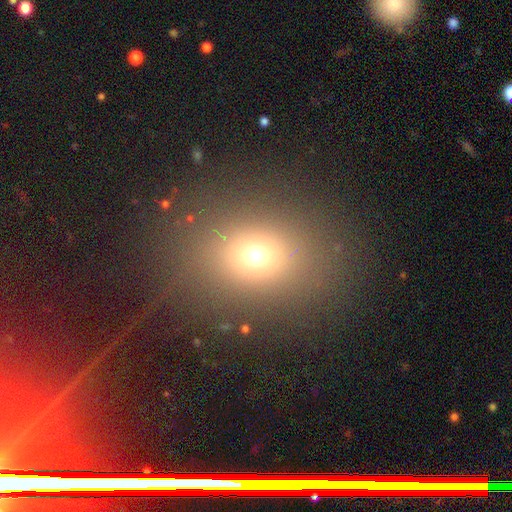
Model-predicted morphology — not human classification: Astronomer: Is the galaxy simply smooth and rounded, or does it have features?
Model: smooth — 68%.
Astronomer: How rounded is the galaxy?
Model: round — 52% (runner-up: in between, 47%).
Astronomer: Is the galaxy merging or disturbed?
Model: none — 81%.